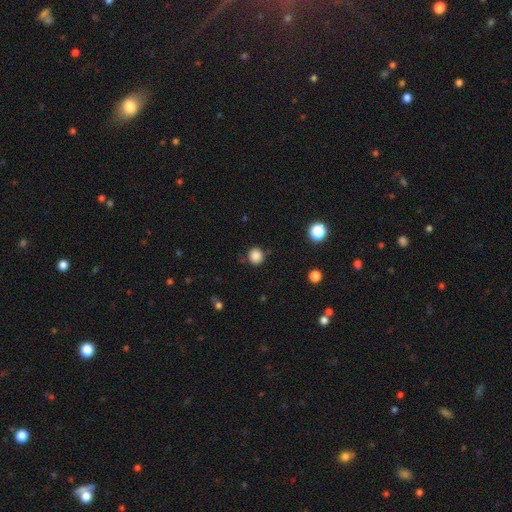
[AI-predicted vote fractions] This is clearly a smooth galaxy (84%). How rounded: clearly round (90%). Merging: clearly none (86%).